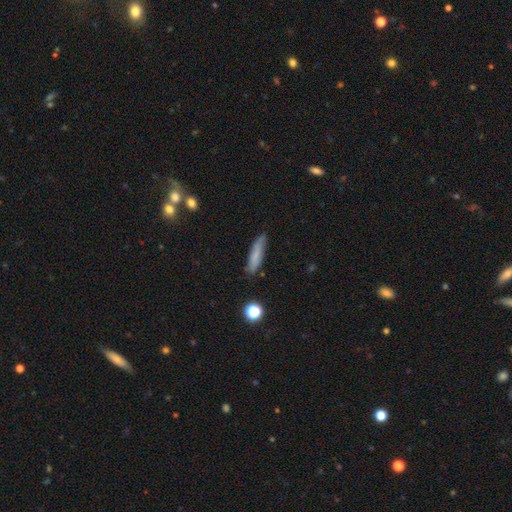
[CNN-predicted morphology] smooth 73%, featured or disk 19%, star or artifact 8%. Down the decision tree: how rounded — cigar-shaped (79%); merging — none (78%).